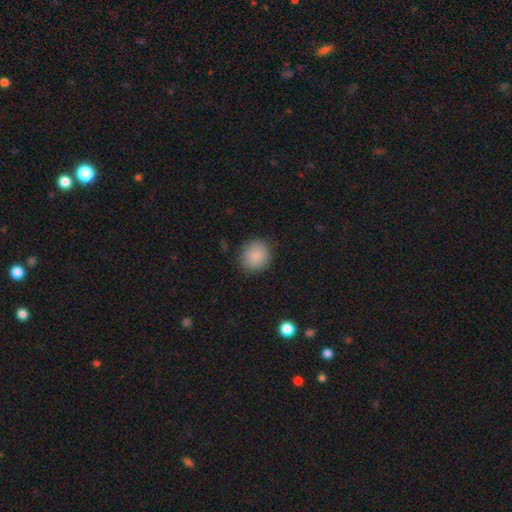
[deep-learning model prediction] smooth 88%, star or artifact 7%, featured or disk 5%. Down the decision tree: how rounded — round (81%); merging — none (86%).